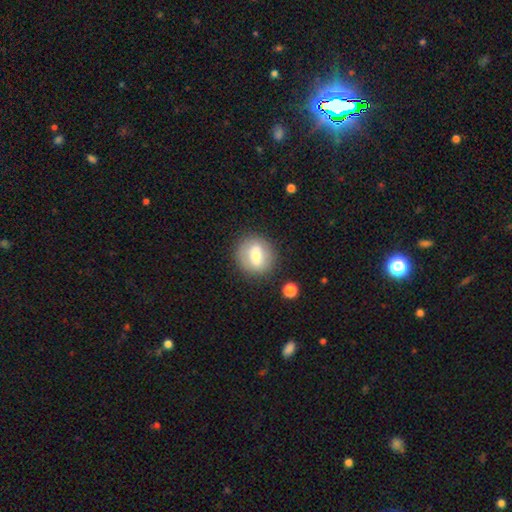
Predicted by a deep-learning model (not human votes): Smooth or featured?
  - smooth: 62% *
  - featured or disk: 29%
  - star or artifact: 8%
How rounded?
  - round: 78% *
  - in between: 21%
  - cigar-shaped: 1%
Merging?
  - none: 83% *
  - minor disturbance: 11%
  - major disturbance: 4%
  - merger: 2%